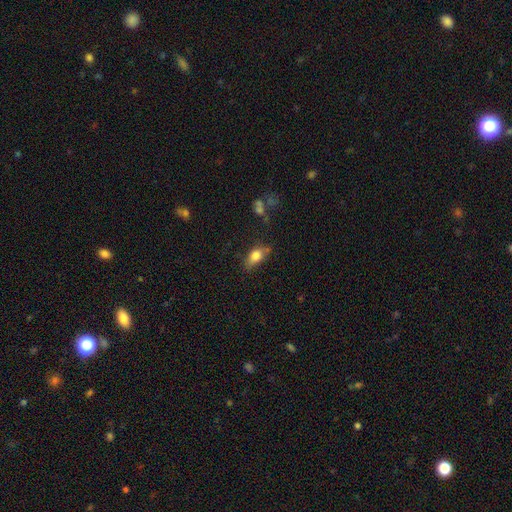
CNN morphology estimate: smooth 77%, featured or disk 14%, star or artifact 8%. Down the decision tree: how rounded — in between (81%); merging — none (60%).